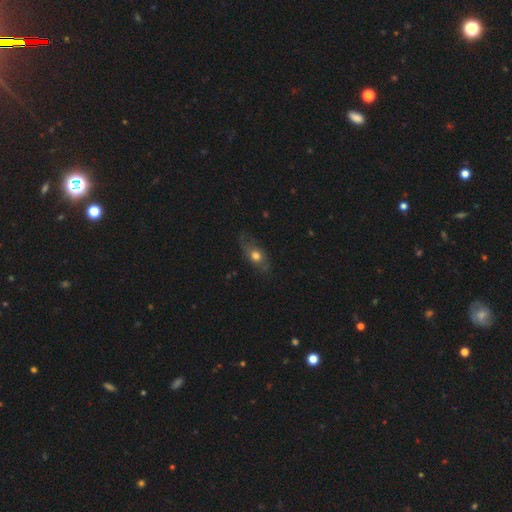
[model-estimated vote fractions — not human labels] Smooth or featured? Predicted: smooth (p=0.57). How rounded? Predicted: in between (p=0.72). Merging? Predicted: none (p=0.68).